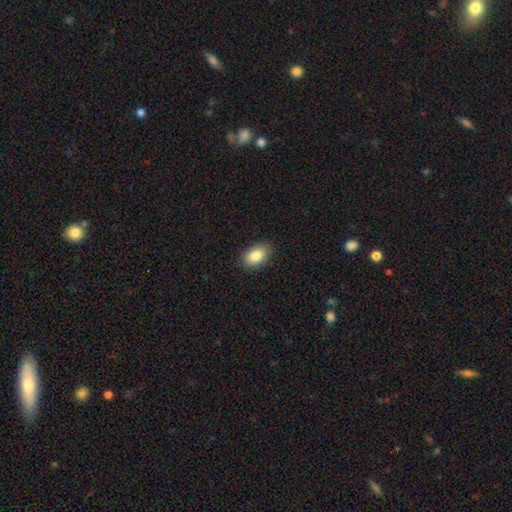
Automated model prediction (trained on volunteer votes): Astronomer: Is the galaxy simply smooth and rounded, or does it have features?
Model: smooth — 85%.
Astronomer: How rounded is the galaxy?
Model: in between — 89%.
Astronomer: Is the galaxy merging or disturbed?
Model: none — 87%.